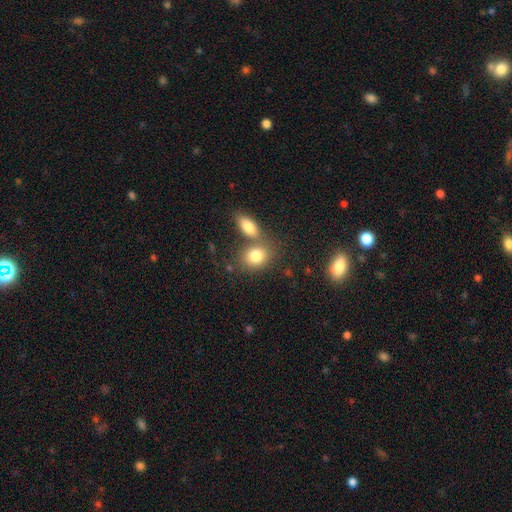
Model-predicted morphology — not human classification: A smooth galaxy with no disk features (81%) that is in between round and cigar-shaped (53%).

Vote fractions:
- Smooth or featured? smooth: 81% / featured or disk: 10% / star or artifact: 9%
- How rounded? in between: 53% / round: 45% / cigar-shaped: 2%
- Merging? none: 49% / merger: 37% / minor disturbance: 10% / major disturbance: 4%